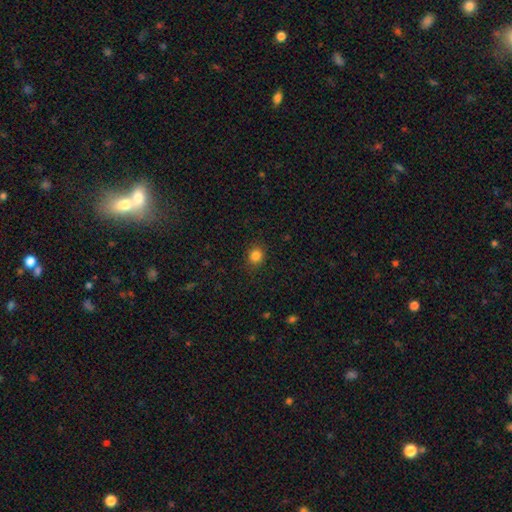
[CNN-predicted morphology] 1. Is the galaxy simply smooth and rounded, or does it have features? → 84% smooth, 12% star or artifact, 4% featured or disk.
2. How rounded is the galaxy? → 80% round, 19% in between, 1% cigar-shaped.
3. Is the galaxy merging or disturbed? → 89% none, 8% minor disturbance, 2% major disturbance, 1% merger.